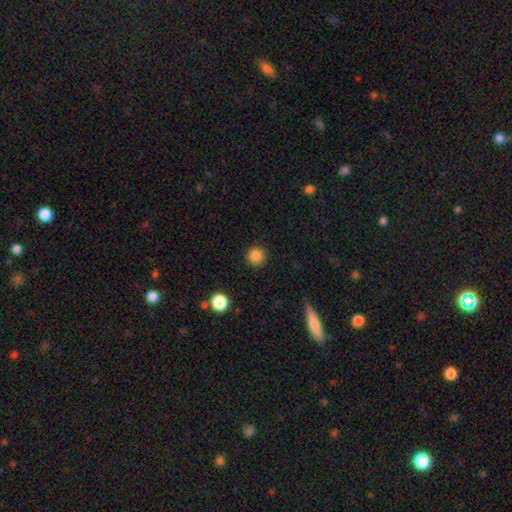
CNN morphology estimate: The model was most divided on "smooth or featured": smooth: 86%, star or artifact: 11%, featured or disk: 3%. More confident: how rounded — round (94%); merging — none (90%).